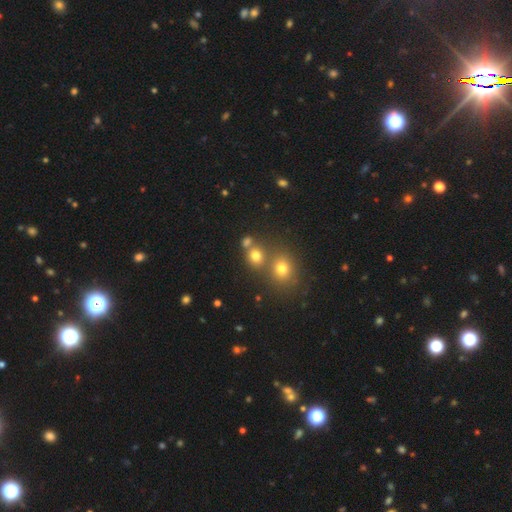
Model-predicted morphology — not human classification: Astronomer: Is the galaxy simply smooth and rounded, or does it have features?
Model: smooth — 73%.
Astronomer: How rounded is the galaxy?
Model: round — 80%.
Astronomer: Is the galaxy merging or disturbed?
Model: none — 58%.